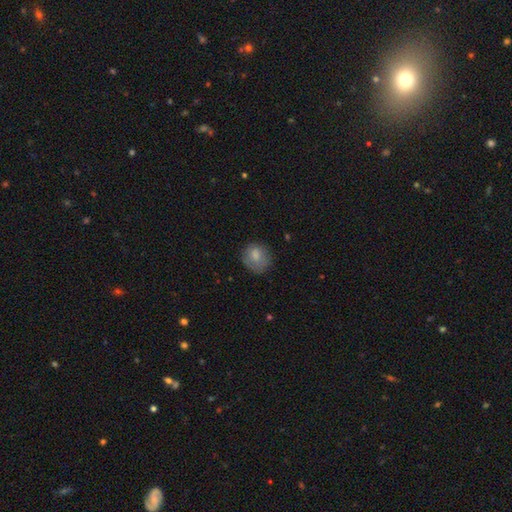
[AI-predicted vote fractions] smooth-or-featured: smooth: 78% | featured or disk: 14% | star or artifact: 8%
  how-rounded: round: 77% | in between: 22% | cigar-shaped: 1%
  merging: none: 67% | minor disturbance: 22% | major disturbance: 9% | merger: 1%